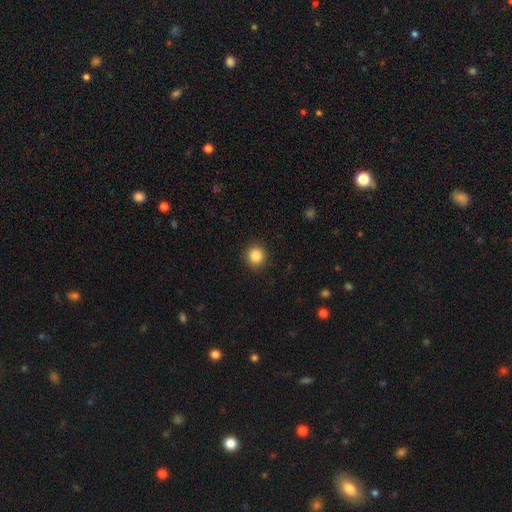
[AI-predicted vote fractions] Morphology: type=smooth (85%); roundness=round (93%); merging=none (92%).